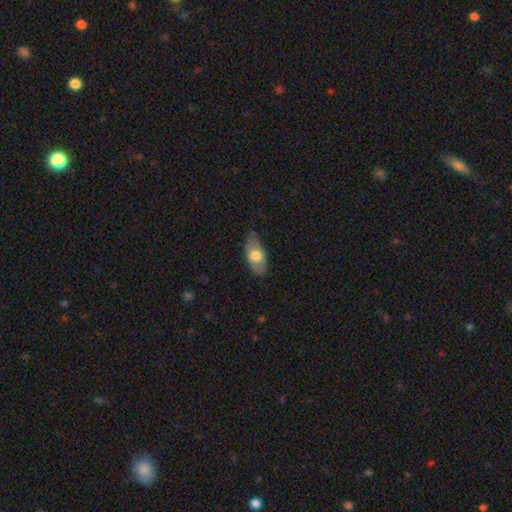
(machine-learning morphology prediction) This is likely a smooth galaxy (62%). How rounded: clearly in between (89%). Merging: likely none (70%).